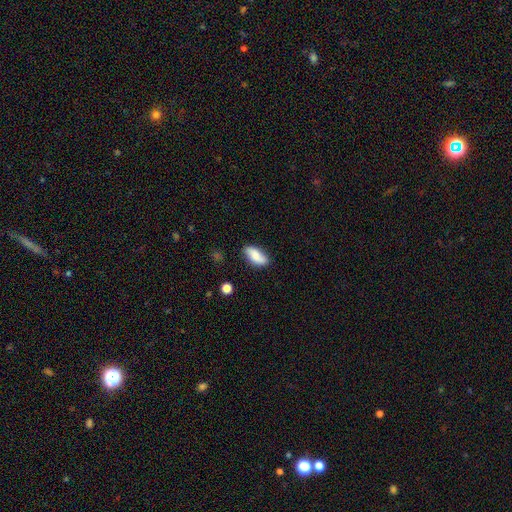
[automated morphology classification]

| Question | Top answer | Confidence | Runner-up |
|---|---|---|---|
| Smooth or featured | smooth | 74% | featured or disk (18%) |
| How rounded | in between | 87% | cigar-shaped (10%) |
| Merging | none | 76% | minor disturbance (18%) |